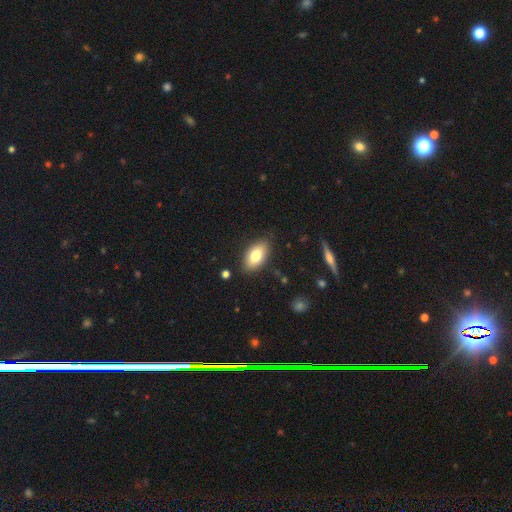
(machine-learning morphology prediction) A smooth galaxy with no disk features (76%) that is in between round and cigar-shaped (92%).

Vote fractions:
- Smooth or featured? smooth: 76% / featured or disk: 17% / star or artifact: 7%
- How rounded? in between: 92% / round: 5% / cigar-shaped: 3%
- Merging? none: 85% / minor disturbance: 11% / major disturbance: 3% / merger: 1%